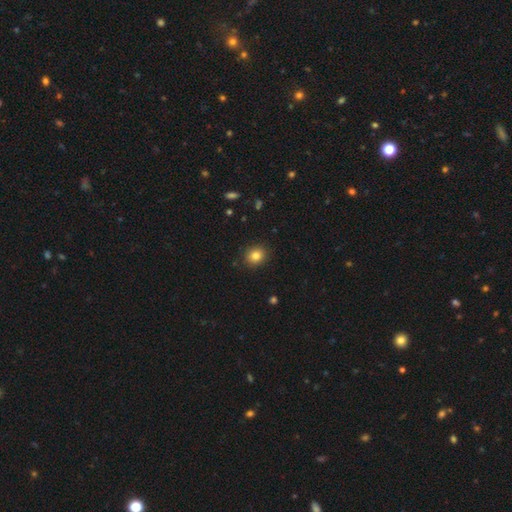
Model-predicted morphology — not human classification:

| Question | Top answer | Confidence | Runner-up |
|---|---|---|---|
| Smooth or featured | smooth | 82% | star or artifact (11%) |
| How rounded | round | 75% | in between (24%) |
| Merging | none | 90% | minor disturbance (7%) |